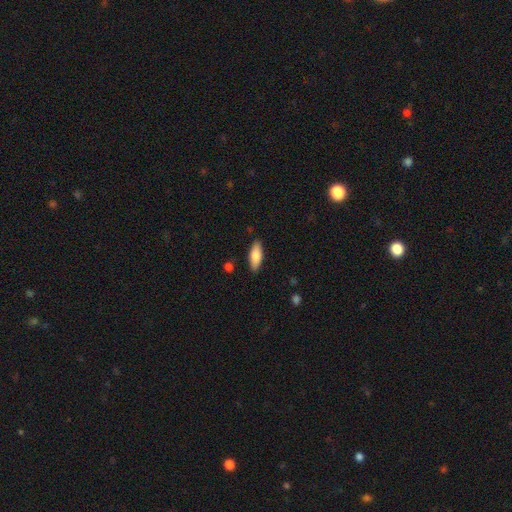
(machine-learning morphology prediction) A smooth galaxy with no disk features (80%) that is in between round and cigar-shaped (70%). Merging: none (87%).